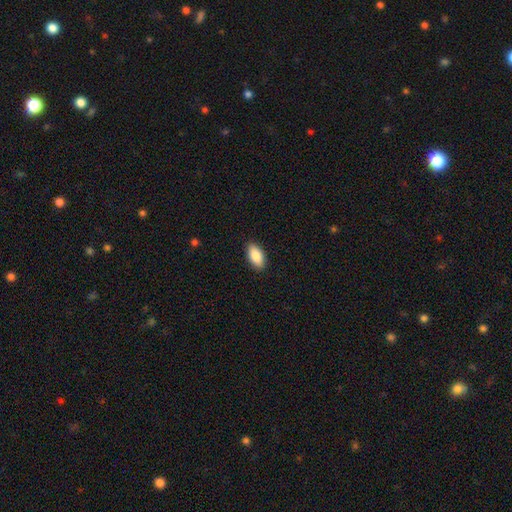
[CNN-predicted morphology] A smooth galaxy with no disk features (87%) that is in between round and cigar-shaped (92%).

Vote fractions:
- Smooth or featured? smooth: 87% / star or artifact: 6% / featured or disk: 6%
- How rounded? in between: 92% / cigar-shaped: 5% / round: 3%
- Merging? none: 89% / minor disturbance: 8% / major disturbance: 2% / merger: 1%